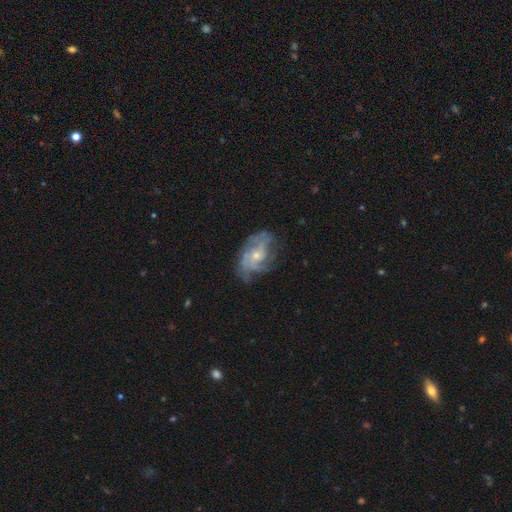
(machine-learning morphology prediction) This appears to be a featured or disk galaxy (81%) with no bar (71%), medium (43%) spiral arms (90%) and a small central bulge (57%). Merging: none (61%).